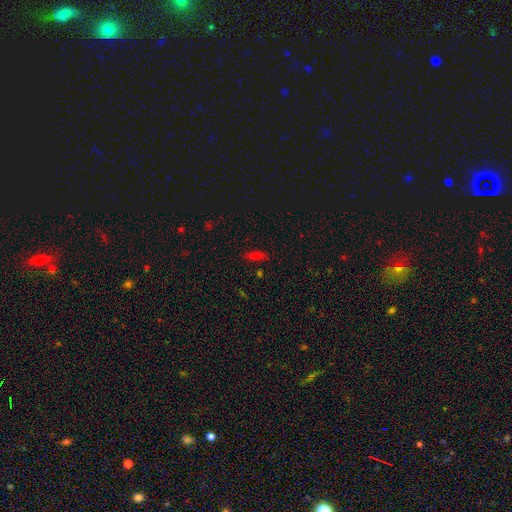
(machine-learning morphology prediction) smooth-or-featured: smooth: 60% | star or artifact: 22% | featured or disk: 18%
  how-rounded: in between: 56% | cigar-shaped: 38% | round: 5%
  merging: none: 83% | minor disturbance: 12% | major disturbance: 3% | merger: 2%